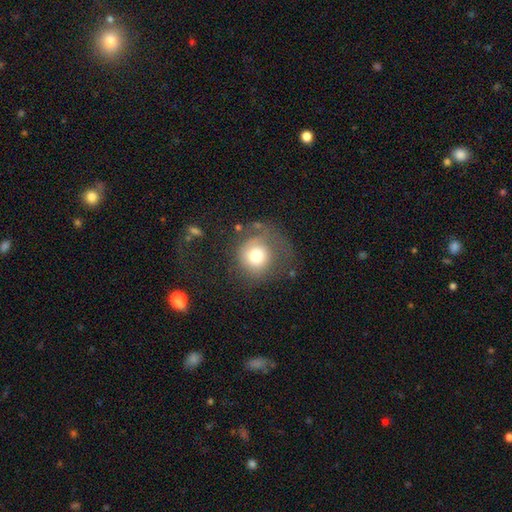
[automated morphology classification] A smooth galaxy with no disk features (71%) that is round (88%). Merging: none (51%).